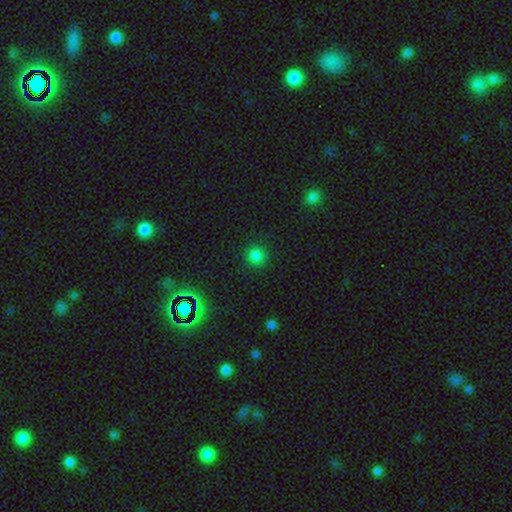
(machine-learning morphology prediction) A smooth galaxy with no disk features (81%) that is round (93%). Merging: none (89%).